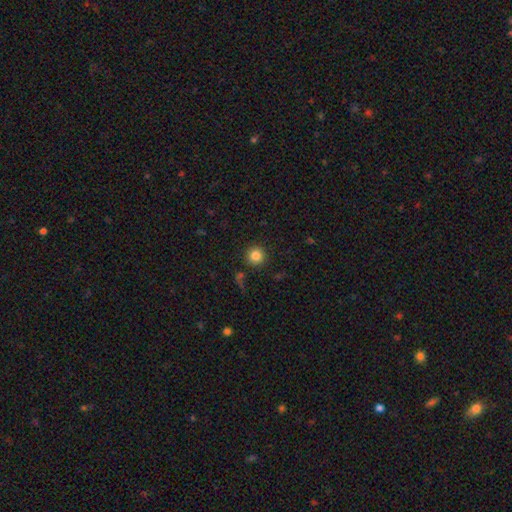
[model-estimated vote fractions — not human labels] Overall: smooth (83%). How rounded: round (95%). Merging: none (89%).